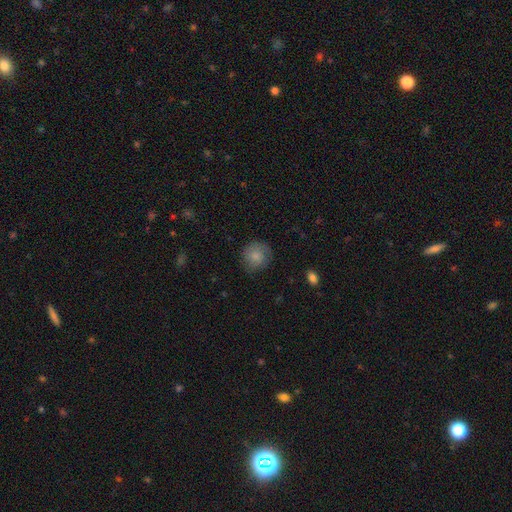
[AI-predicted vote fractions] smooth-or-featured: smooth: 75% | featured or disk: 17% | star or artifact: 8%
  how-rounded: round: 89% | in between: 10% | cigar-shaped: 1%
  merging: none: 75% | minor disturbance: 18% | major disturbance: 6% | merger: 1%